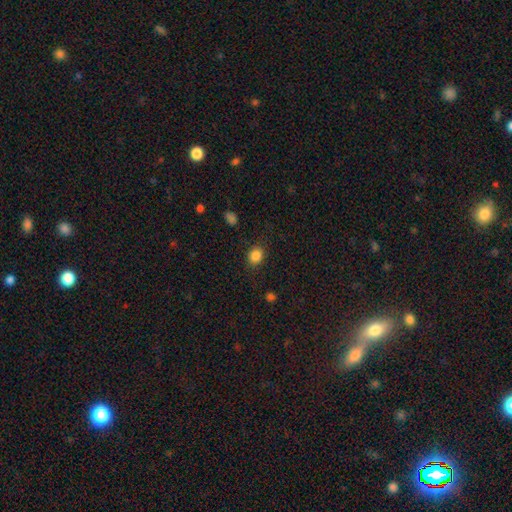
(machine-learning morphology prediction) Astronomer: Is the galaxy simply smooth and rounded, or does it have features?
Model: smooth — 85%.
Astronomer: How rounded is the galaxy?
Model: round — 60% (runner-up: in between, 39%).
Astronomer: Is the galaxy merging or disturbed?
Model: none — 84%.